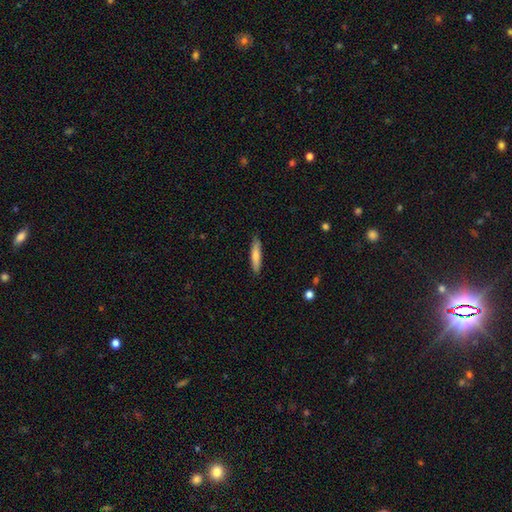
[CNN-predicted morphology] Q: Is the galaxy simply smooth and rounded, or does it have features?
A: smooth — 75%.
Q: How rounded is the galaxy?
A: cigar-shaped — 84%.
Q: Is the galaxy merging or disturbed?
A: none — 85%.